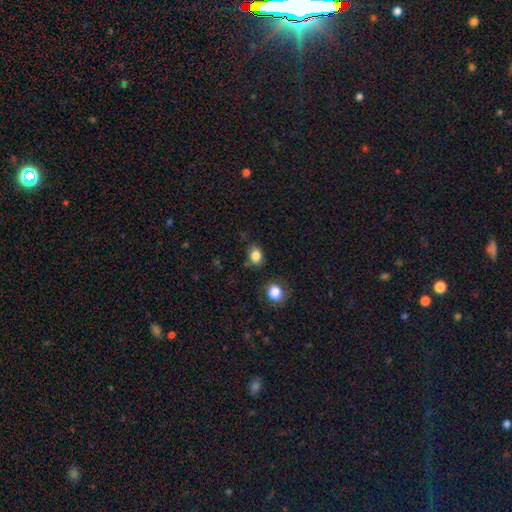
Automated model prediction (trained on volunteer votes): Smooth or featured: smooth — 83% (star or artifact — 11%)
How rounded: in between — 60% (round — 39%)
Merging: none — 75% (minor disturbance — 16%)